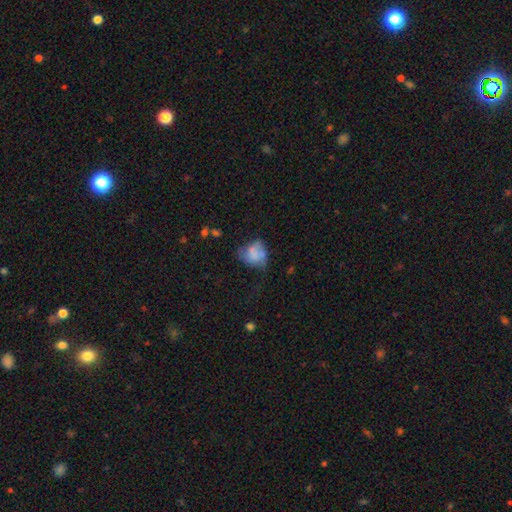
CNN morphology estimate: This appears to be a smooth galaxy with no disk features (64%) that is round (53%). Merging: none (32%).